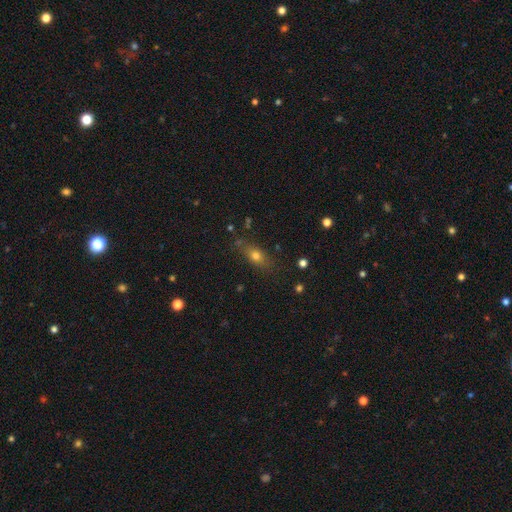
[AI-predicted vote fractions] Smooth or featured: smooth — 71% (featured or disk — 16%)
How rounded: in between — 66% (round — 19%)
Merging: none — 73% (minor disturbance — 18%)